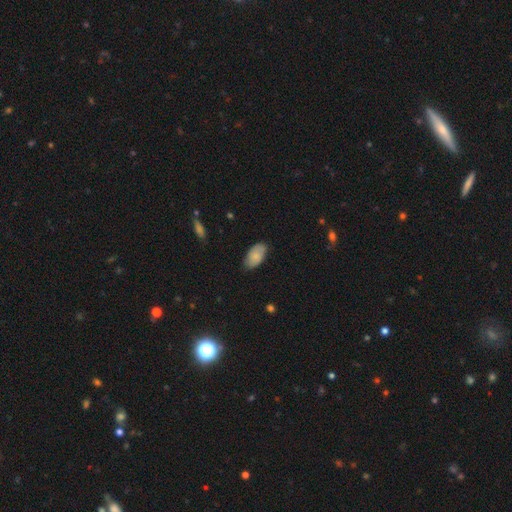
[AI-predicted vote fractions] A smooth galaxy with no disk features (78%) that is in between round and cigar-shaped (95%).

Vote fractions:
- Smooth or featured? smooth: 78% / featured or disk: 16% / star or artifact: 6%
- How rounded? in between: 95% / round: 3% / cigar-shaped: 2%
- Merging? none: 78% / minor disturbance: 18% / major disturbance: 3% / merger: 1%